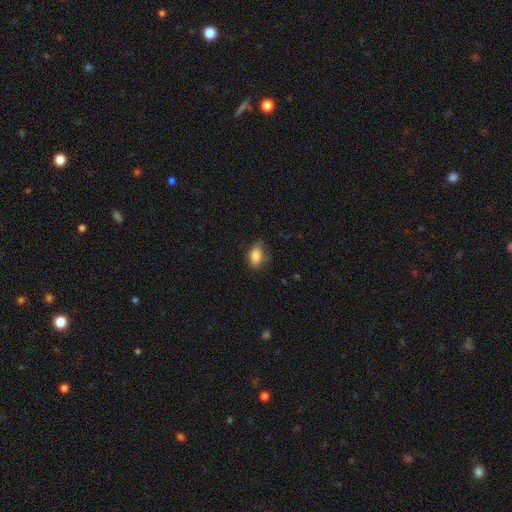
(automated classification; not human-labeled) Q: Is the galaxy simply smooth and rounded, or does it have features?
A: smooth — 86%.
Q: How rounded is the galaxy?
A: in between — 79%.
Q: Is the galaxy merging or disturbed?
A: none — 63%.